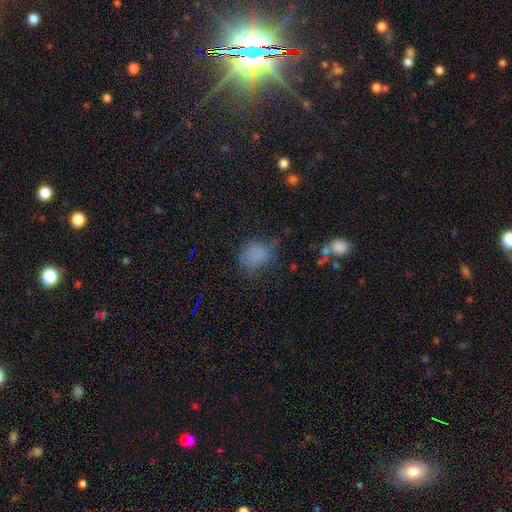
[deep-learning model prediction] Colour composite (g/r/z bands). It shows a smooth galaxy with no disk features (74%) that is round (51%). Merging: none (50%).